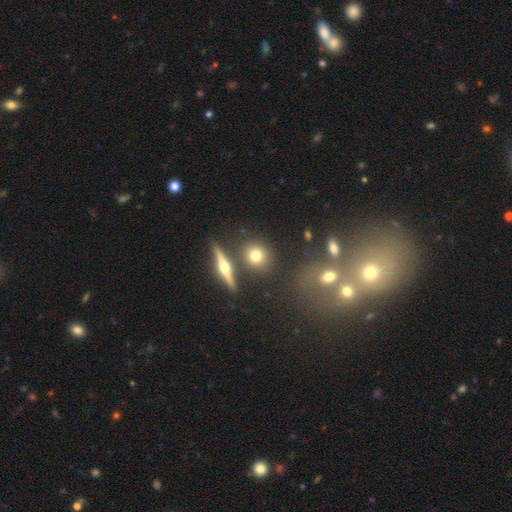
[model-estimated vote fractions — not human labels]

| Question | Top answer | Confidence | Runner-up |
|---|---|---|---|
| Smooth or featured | smooth | 71% | featured or disk (18%) |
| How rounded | round | 83% | in between (13%) |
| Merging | none | 80% | merger (9%) |